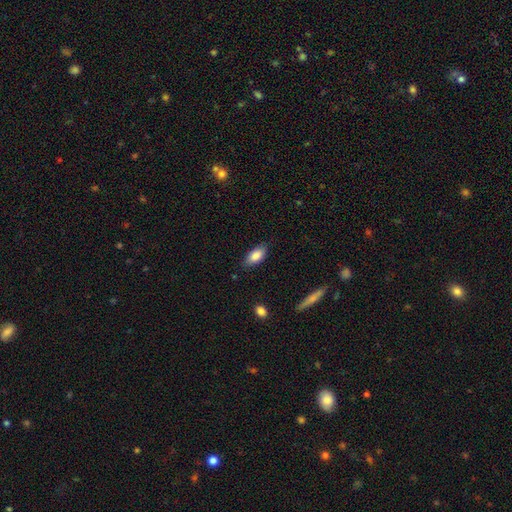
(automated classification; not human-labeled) The model was most divided on "merging": none: 84%, minor disturbance: 12%, major disturbance: 2%, merger: 1%. More confident: how rounded — in between (89%); smooth or featured — smooth (85%).